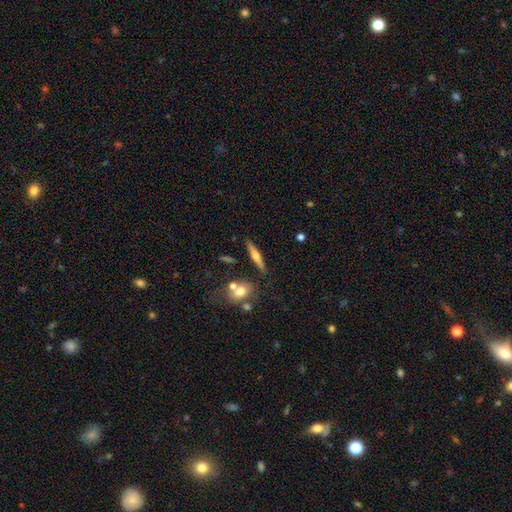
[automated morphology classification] Q: Smooth or featured?
A: featured or disk (58%); runner-up: smooth (34%)
Q: Edge-on disk?
A: yes (95%); runner-up: no (5%)
Q: Edge-on bulge?
A: rounded (88%); runner-up: boxy (6%)
Q: Merging?
A: none (81%); runner-up: minor disturbance (10%)